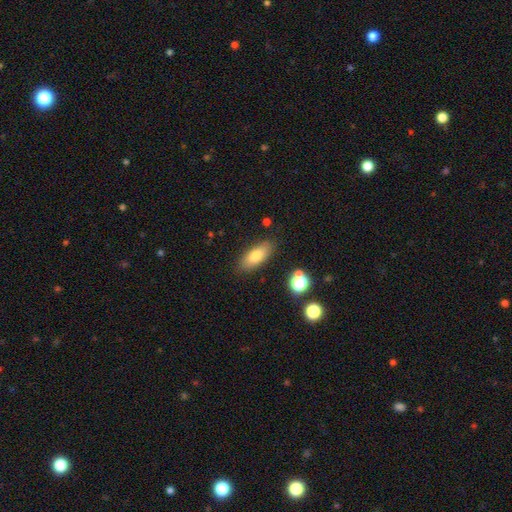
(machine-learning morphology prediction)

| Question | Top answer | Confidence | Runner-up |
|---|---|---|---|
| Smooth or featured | smooth | 77% | featured or disk (15%) |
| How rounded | in between | 78% | cigar-shaped (19%) |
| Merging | none | 84% | minor disturbance (11%) |